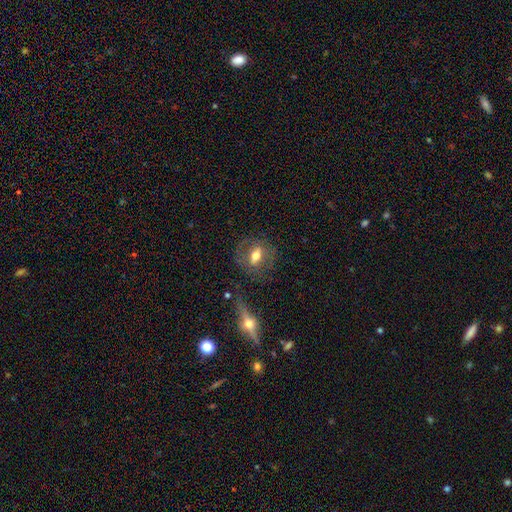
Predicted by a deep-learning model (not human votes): Smooth or featured? Predicted: featured or disk (p=0.48). Merging? Predicted: none (p=0.65).